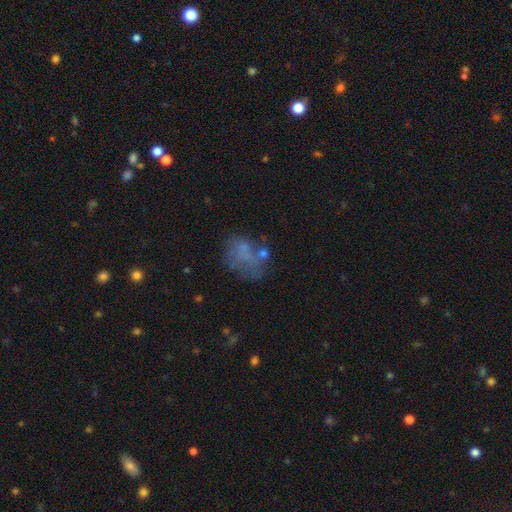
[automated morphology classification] smooth-or-featured: smooth: 47% | featured or disk: 36% | star or artifact: 17%
  merging: none: 40% | major disturbance: 26% | minor disturbance: 22% | merger: 12%